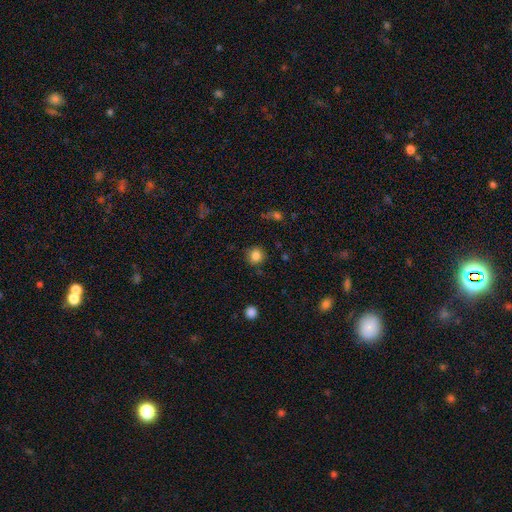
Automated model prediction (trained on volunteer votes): The model was most divided on "smooth or featured": smooth: 84%, star or artifact: 11%, featured or disk: 4%. More confident: how rounded — round (90%); merging — none (84%).